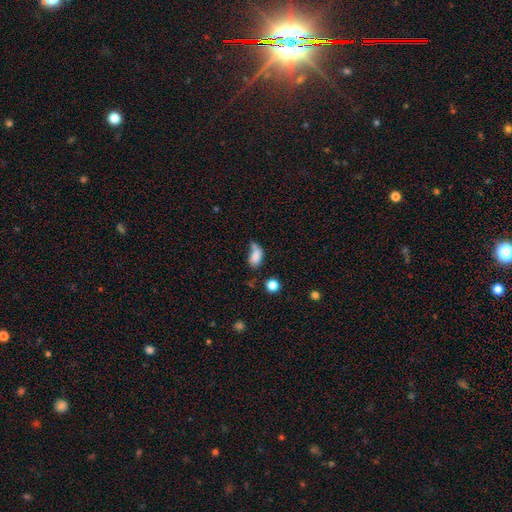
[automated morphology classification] This is likely a smooth galaxy (79%). How rounded: clearly in between (87%). Merging: marginally none (33%).